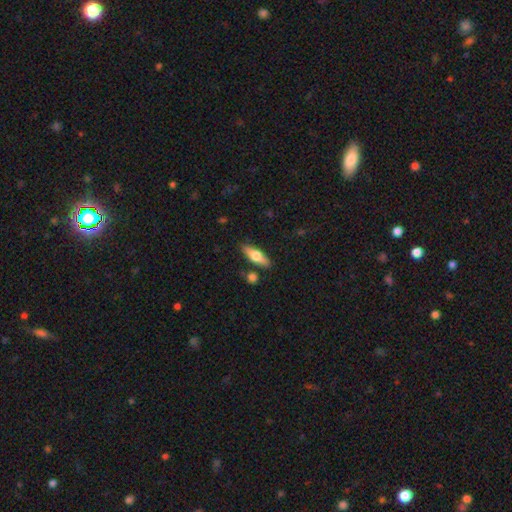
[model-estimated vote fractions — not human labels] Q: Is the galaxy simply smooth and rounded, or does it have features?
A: smooth — 55%.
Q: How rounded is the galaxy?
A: cigar-shaped — 50%.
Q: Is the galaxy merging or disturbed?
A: none — 83%.